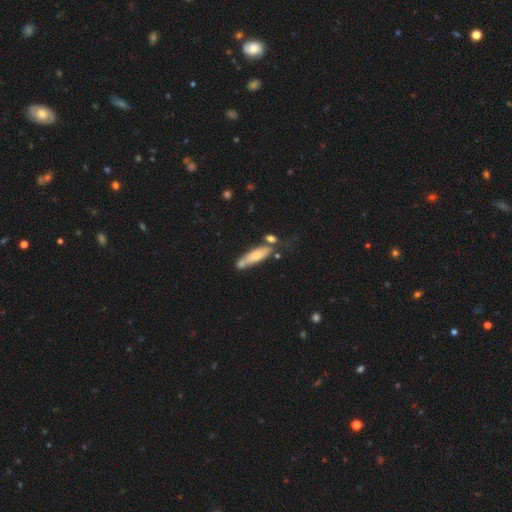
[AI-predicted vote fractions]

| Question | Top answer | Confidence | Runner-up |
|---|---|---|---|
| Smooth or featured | smooth | 68% | featured or disk (25%) |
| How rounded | cigar-shaped | 70% | in between (28%) |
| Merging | none | 44% | merger (24%) |